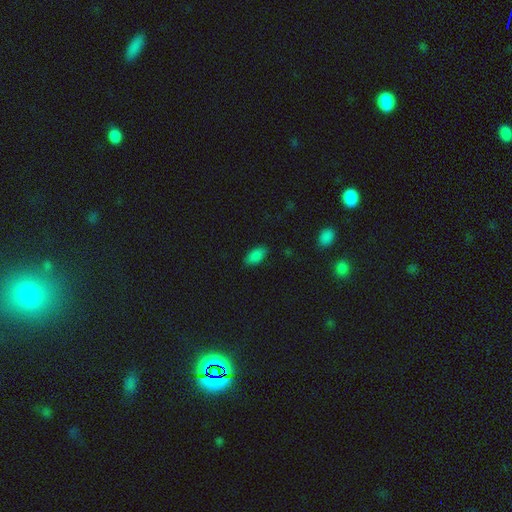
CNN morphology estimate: Smooth or featured?
  - smooth: 85% *
  - star or artifact: 11%
  - featured or disk: 4%
How rounded?
  - in between: 93% *
  - cigar-shaped: 4%
  - round: 3%
Merging?
  - none: 85% *
  - minor disturbance: 12%
  - major disturbance: 2%
  - merger: 1%